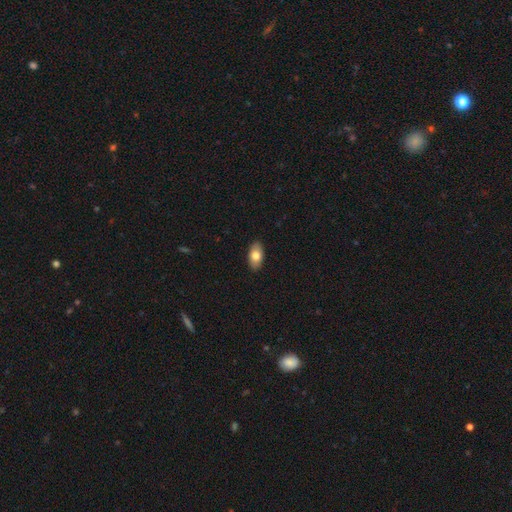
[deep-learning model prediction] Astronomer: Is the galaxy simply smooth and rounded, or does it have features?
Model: smooth — 78%.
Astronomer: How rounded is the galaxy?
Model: in between — 93%.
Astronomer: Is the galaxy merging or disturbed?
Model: none — 89%.